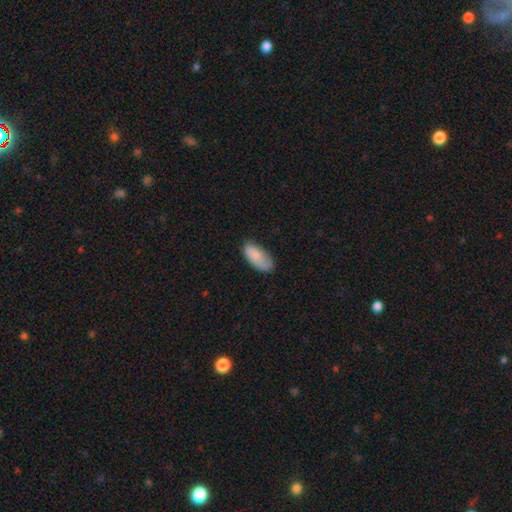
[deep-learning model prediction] A smooth galaxy with no disk features (78%) that is in between round and cigar-shaped (93%). Merging: none (63%).